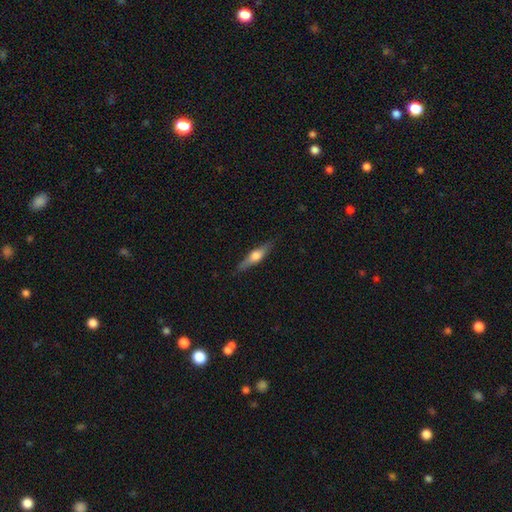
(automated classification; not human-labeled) The model was most divided on "smooth or featured": featured or disk: 55%, smooth: 39%, star or artifact: 6%. More confident: edge-on disk — yes (94%); edge-on bulge — rounded (93%); merging — none (87%).